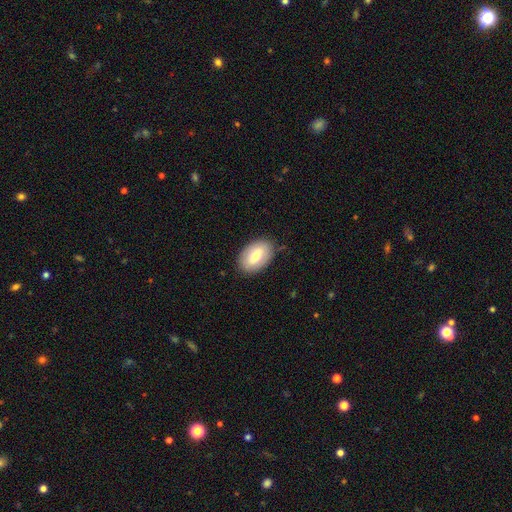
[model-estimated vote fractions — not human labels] This is likely a smooth galaxy (66%). How rounded: clearly in between (92%). Merging: clearly none (85%).